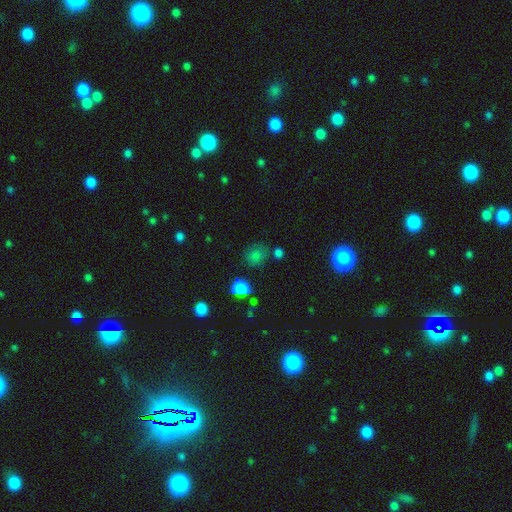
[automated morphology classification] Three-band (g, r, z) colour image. It shows a smooth galaxy with no disk features (73%) that is round (77%). Merging: none (68%).